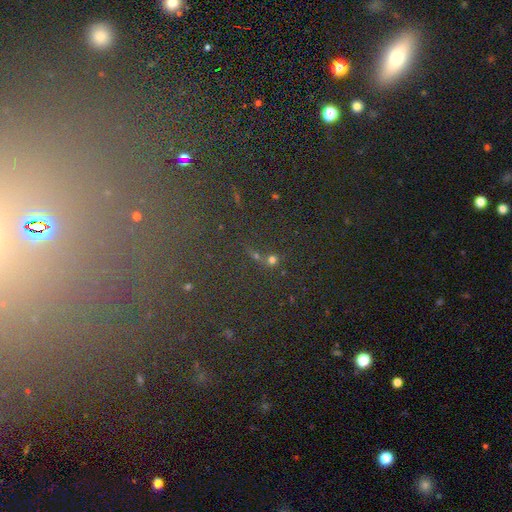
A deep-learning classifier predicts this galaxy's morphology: Smooth or featured? star or artifact (61%)